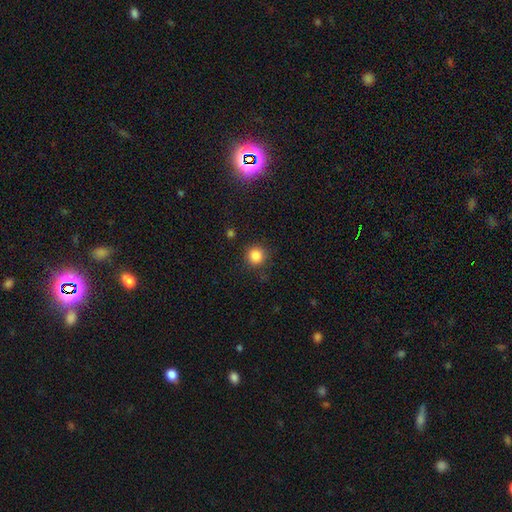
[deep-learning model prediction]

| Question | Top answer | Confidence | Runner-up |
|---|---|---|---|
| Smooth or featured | smooth | 85% | star or artifact (11%) |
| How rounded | round | 93% | in between (6%) |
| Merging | none | 86% | minor disturbance (9%) |